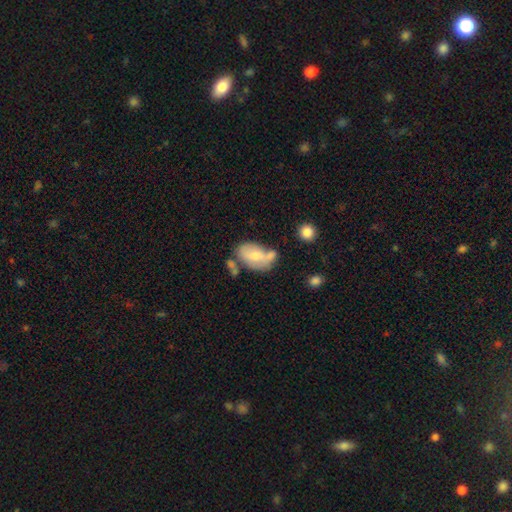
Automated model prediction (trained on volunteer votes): smooth 59%, featured or disk 33%, star or artifact 7%. Down the decision tree: how rounded — in between (90%); merging — none (33%).